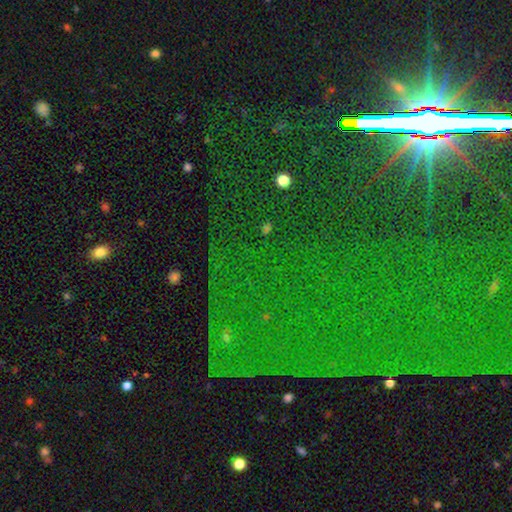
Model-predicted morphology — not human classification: Smooth or featured? Predicted: star or artifact (p=0.82).